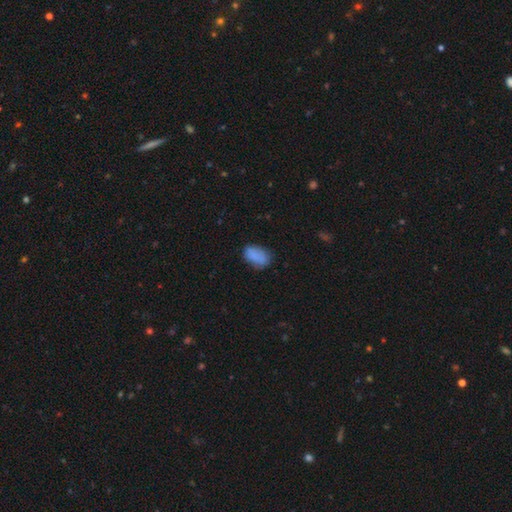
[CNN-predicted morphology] The model was most divided on "merging": none: 68%, minor disturbance: 25%, major disturbance: 6%, merger: 2%. More confident: how rounded — in between (89%); smooth or featured — smooth (85%).